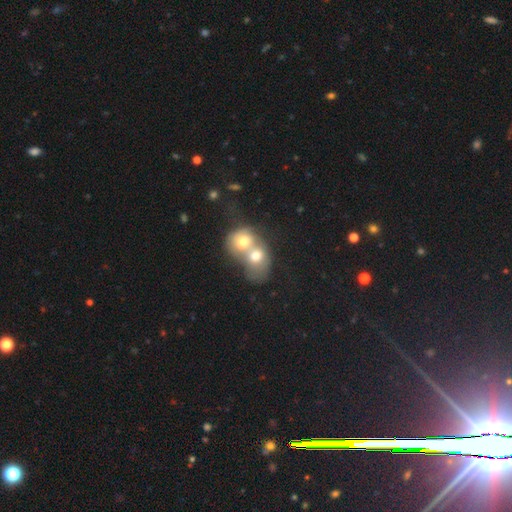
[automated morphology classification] Smooth or featured? Predicted: smooth (p=0.63). How rounded? Predicted: round (p=0.56). Merging? Predicted: merger (p=0.82).